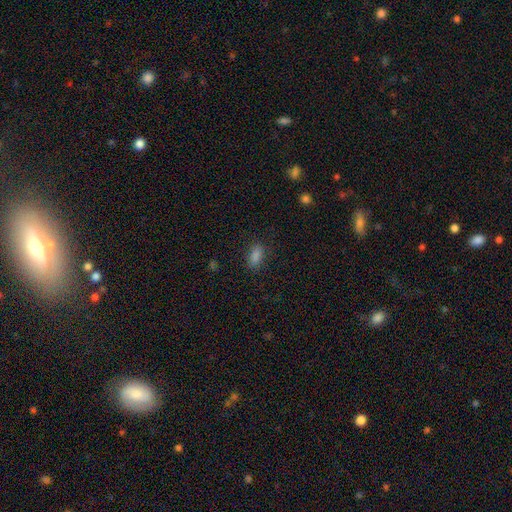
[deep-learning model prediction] This is clearly a smooth galaxy (83%). How rounded: clearly in between (83%). Merging: clearly none (84%).